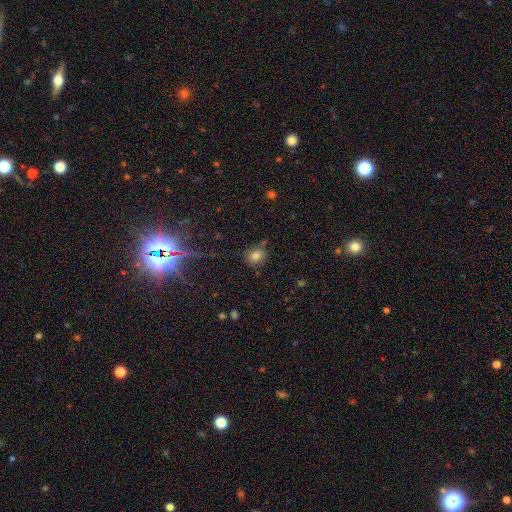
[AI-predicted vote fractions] Q: Smooth or featured?
A: smooth (77%); runner-up: star or artifact (15%)
Q: How rounded?
A: round (75%); runner-up: in between (24%)
Q: Merging?
A: none (78%); runner-up: minor disturbance (13%)